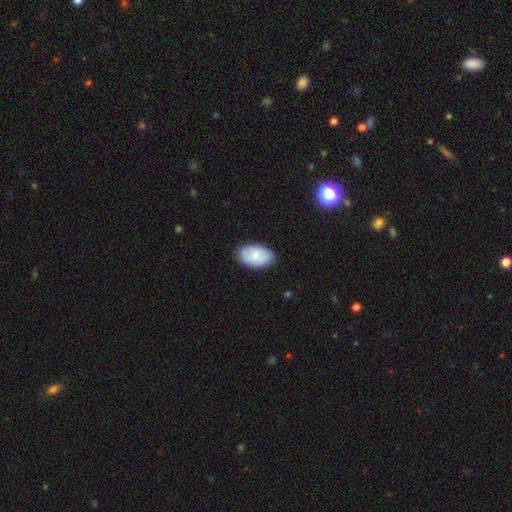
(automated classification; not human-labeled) Overall: smooth (66%; featured or disk 28%). How rounded: in between (92%). Merging: none (81%).